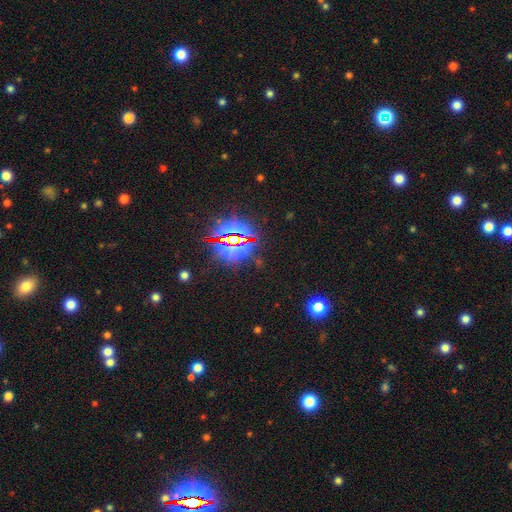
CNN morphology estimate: This is clearly a star or artifact rather than a galaxy (83%).